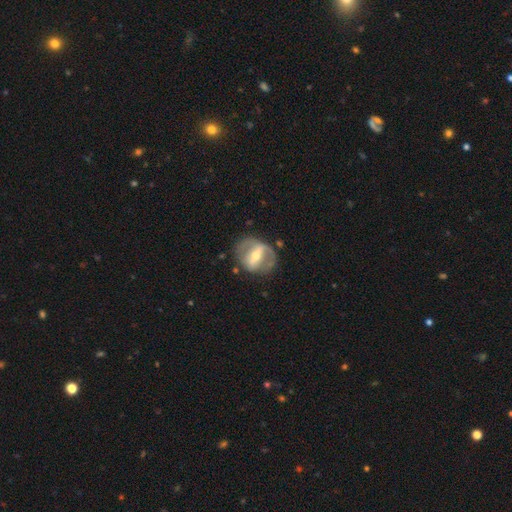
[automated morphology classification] Smooth or featured? Predicted: featured or disk (p=0.71). Edge-on disk? Predicted: no (p=0.91). Bar? Predicted: strong (p=0.62). Spiral arms? Predicted: no (p=0.59). Bulge size? Predicted: moderate (p=0.56). Merging? Predicted: none (p=0.67).